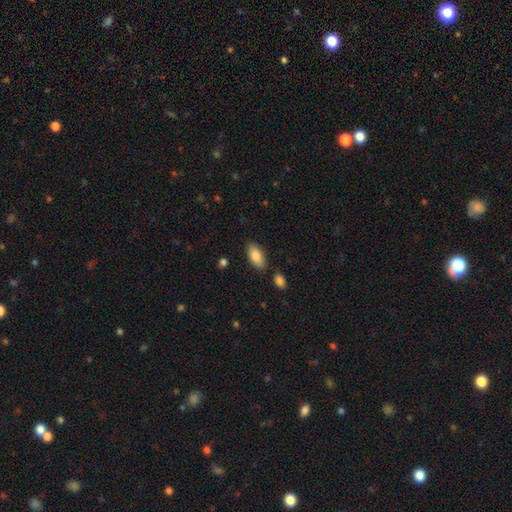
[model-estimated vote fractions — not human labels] smooth 87%, featured or disk 7%, star or artifact 6%. Down the decision tree: how rounded — in between (90%); merging — none (83%).